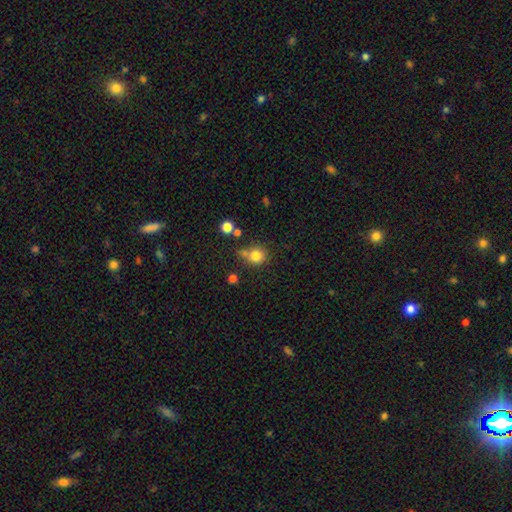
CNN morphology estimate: This appears to be a smooth galaxy with no disk features (80%) that is round (86%). Merging: none (59%).